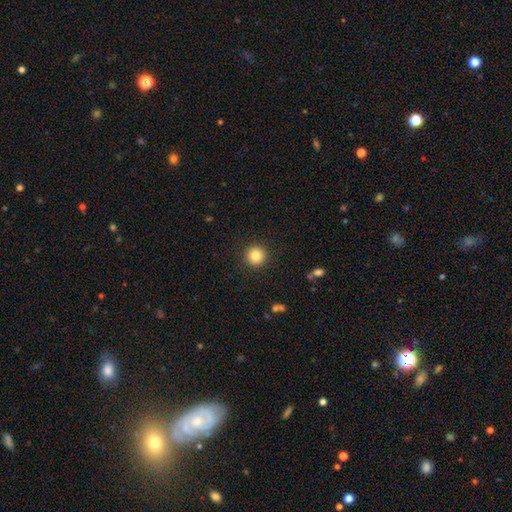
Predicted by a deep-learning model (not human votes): smooth_or_featured: smooth (p=0.83) [alt: star or artifact p=0.10]
how_rounded: round (p=0.95) [alt: in between p=0.04]
merging: none (p=0.92) [alt: minor disturbance p=0.05]